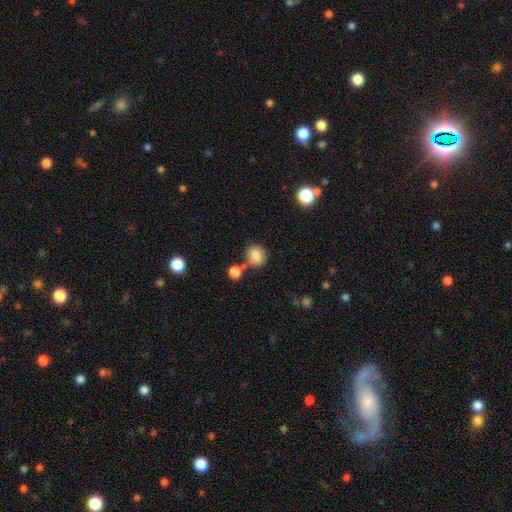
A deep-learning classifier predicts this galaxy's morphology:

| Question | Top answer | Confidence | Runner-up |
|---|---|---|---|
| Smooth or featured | smooth | 85% | star or artifact (9%) |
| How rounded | round | 72% | in between (27%) |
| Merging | none | 60% | merger (21%) |